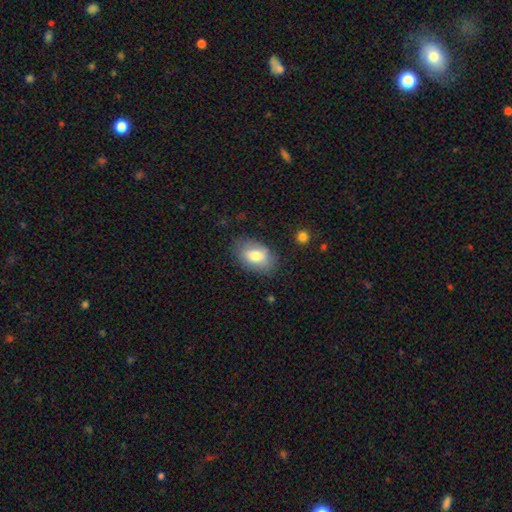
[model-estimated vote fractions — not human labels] Morphology: type=smooth (78%); roundness=in between (90%); merging=none (78%).